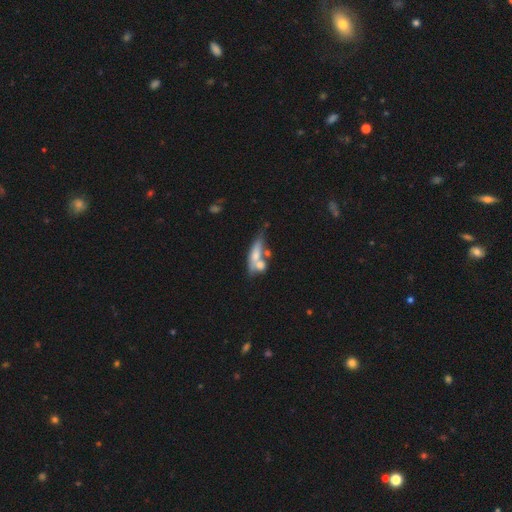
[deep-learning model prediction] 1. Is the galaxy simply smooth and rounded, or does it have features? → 56% smooth, 36% featured or disk, 9% star or artifact.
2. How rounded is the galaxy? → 52% in between, 40% cigar-shaped, 8% round.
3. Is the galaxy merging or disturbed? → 47% merger, 26% none, 15% minor disturbance, 12% major disturbance.